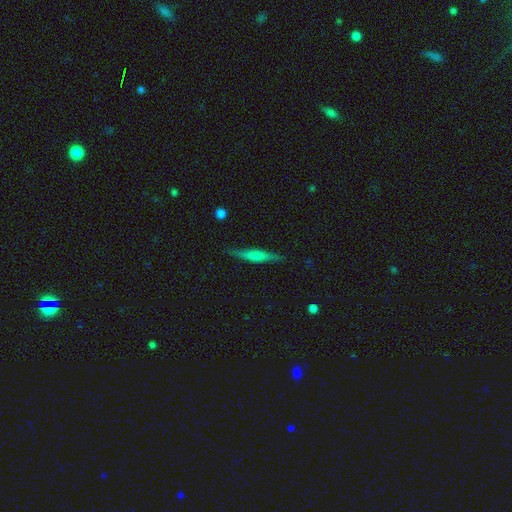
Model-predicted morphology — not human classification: Smooth or featured: featured or disk — 48% (smooth — 45%)
Merging: none — 84% (minor disturbance — 11%)